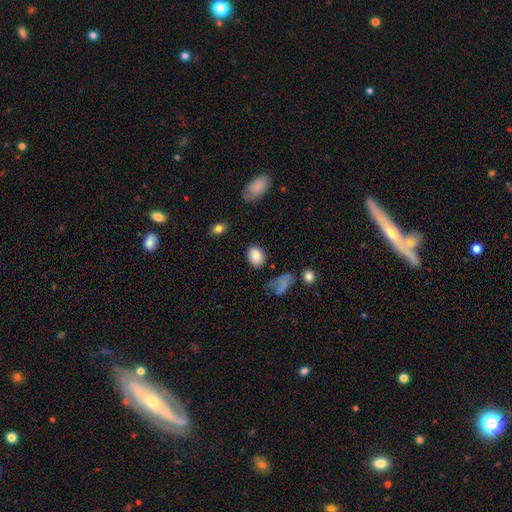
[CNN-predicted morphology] type=smooth (86%); roundness=in between (67%); merging=none (79%).